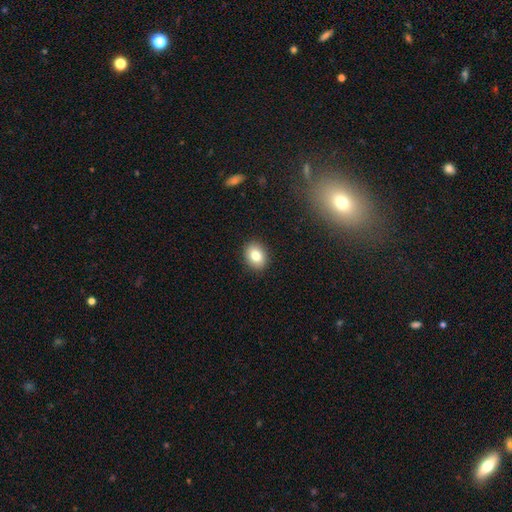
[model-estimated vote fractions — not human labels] Smooth or featured? Predicted: smooth (p=0.81). How rounded? Predicted: in between (p=0.51). Merging? Predicted: none (p=0.90).